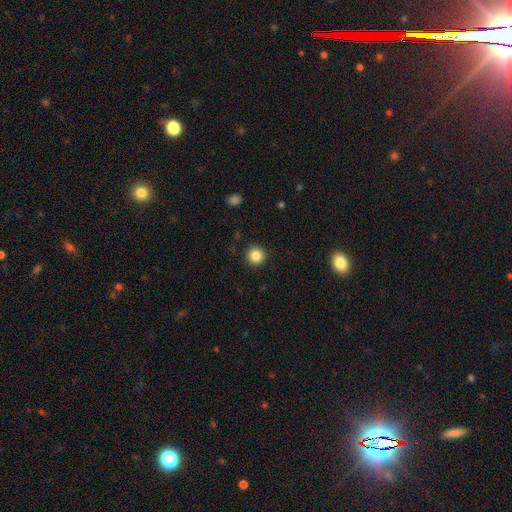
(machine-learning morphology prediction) This appears to be a smooth galaxy with no disk features (85%) that is round (95%). Merging: none (92%).